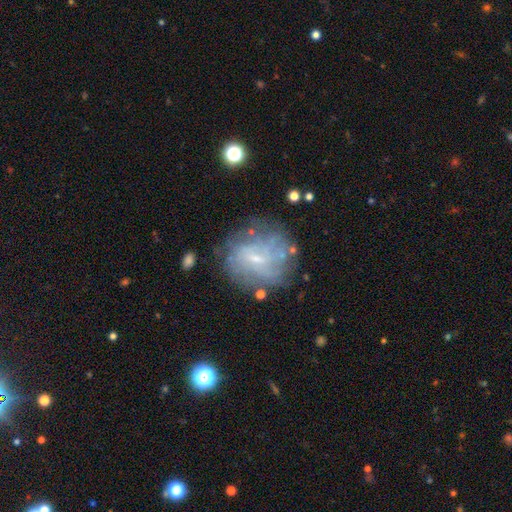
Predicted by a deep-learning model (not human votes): Smooth or featured: featured or disk — 59% (smooth — 25%)
Edge-on disk: no — 96% (yes — 4%)
Bar: no — 54% (weak — 38%)
Spiral arms: yes — 70% (no — 30%)
Bulge size: small — 78% (moderate — 13%)
Merging: none — 73% (minor disturbance — 16%)